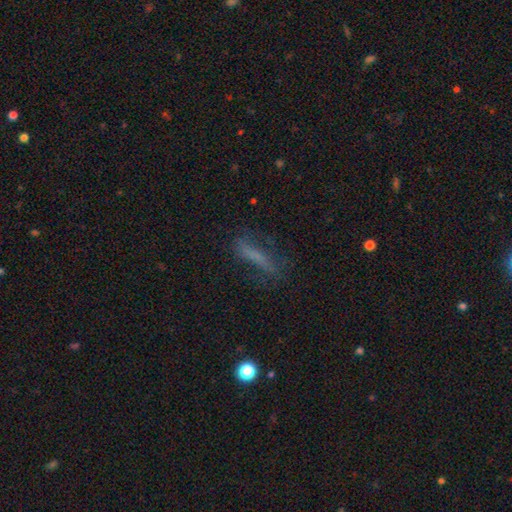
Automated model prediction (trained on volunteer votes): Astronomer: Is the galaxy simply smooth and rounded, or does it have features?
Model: smooth — 52% (runner-up: featured or disk, 32%).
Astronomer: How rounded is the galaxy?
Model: cigar-shaped — 82%.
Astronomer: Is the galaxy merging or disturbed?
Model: none — 63%.